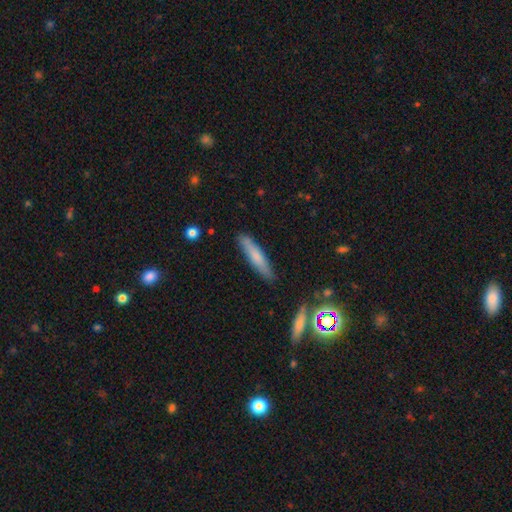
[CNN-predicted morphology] smooth_or_featured: smooth (p=0.69) [alt: featured or disk p=0.23]
how_rounded: cigar-shaped (p=0.87) [alt: in between p=0.11]
merging: none (p=0.85) [alt: minor disturbance p=0.10]